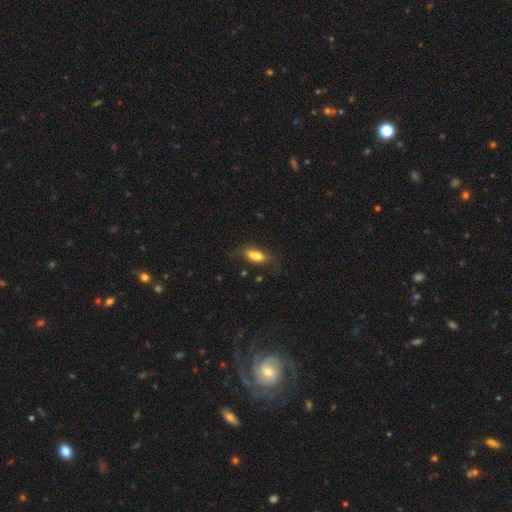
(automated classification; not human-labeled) The model was most divided on "how rounded": in between: 72%, cigar-shaped: 25%, round: 3%. More confident: smooth or featured — smooth (79%); merging — none (70%).